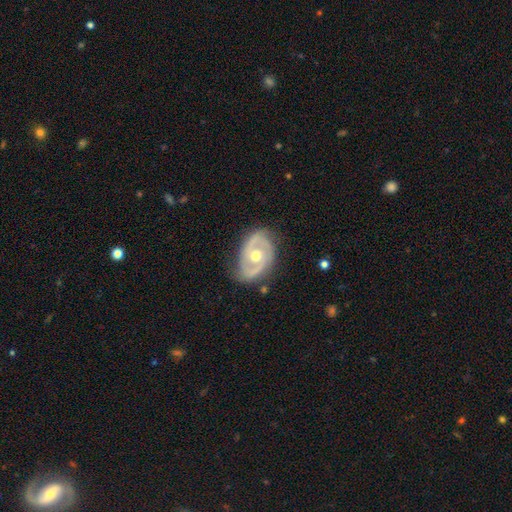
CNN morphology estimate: type=featured or disk (80%); edge-on=no (95%); bar=no (70%); spiral arms=yes (72%); winding=tight (42%); arm count=2 (72%); bulge=moderate (79%); merging=none (72%).